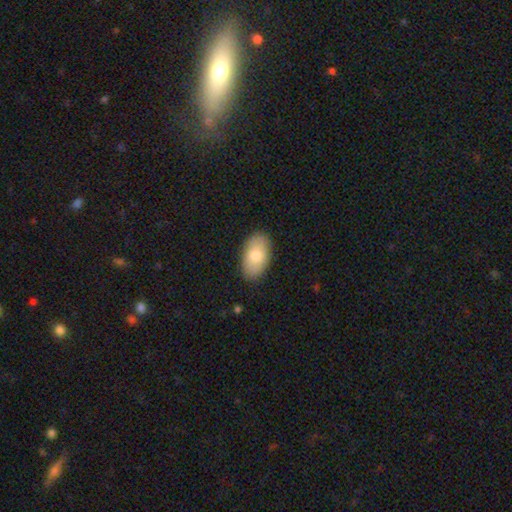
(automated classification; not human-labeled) Smooth or featured: smooth — 78% (featured or disk — 16%)
How rounded: in between — 94% (round — 4%)
Merging: none — 86% (minor disturbance — 11%)